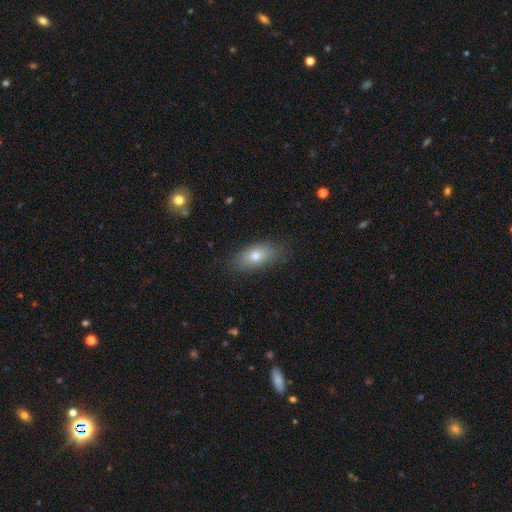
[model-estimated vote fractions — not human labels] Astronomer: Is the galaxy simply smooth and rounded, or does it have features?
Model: smooth — 73%.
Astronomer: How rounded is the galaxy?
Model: in between — 85%.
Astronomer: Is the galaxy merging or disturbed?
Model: none — 78%.